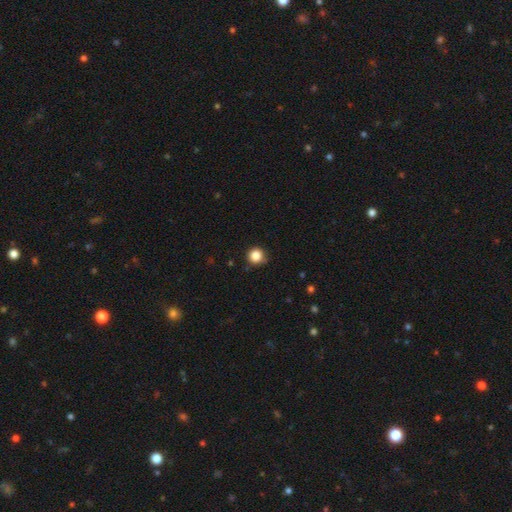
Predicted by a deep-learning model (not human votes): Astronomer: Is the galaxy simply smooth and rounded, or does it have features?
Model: smooth — 85%.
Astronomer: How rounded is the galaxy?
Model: round — 94%.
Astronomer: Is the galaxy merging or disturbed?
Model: none — 83%.